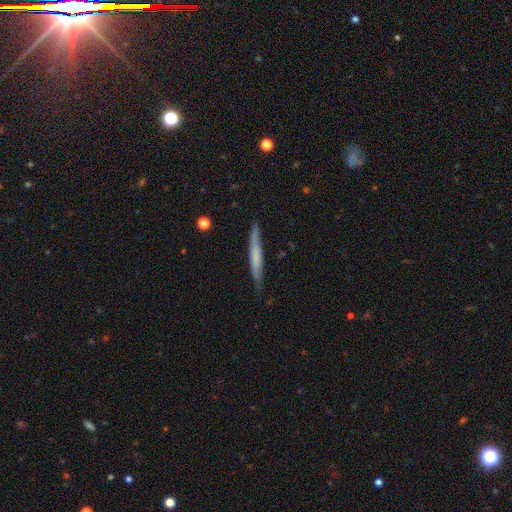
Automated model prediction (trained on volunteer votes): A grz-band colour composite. It shows a smooth galaxy with no disk features (52%) that is cigar-shaped (95%). Merging: none (84%).